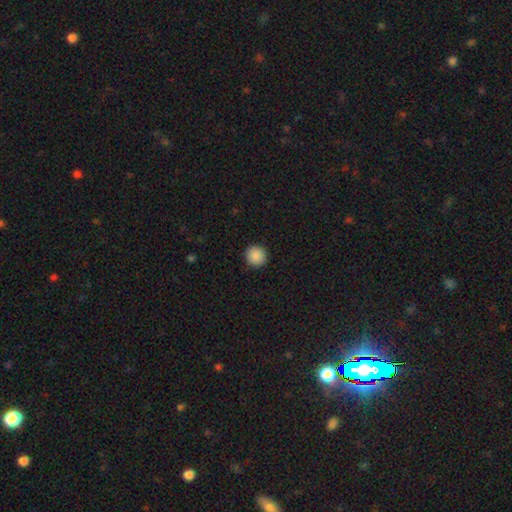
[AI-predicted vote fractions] This is clearly a smooth galaxy (89%). How rounded: clearly round (94%). Merging: clearly none (92%).